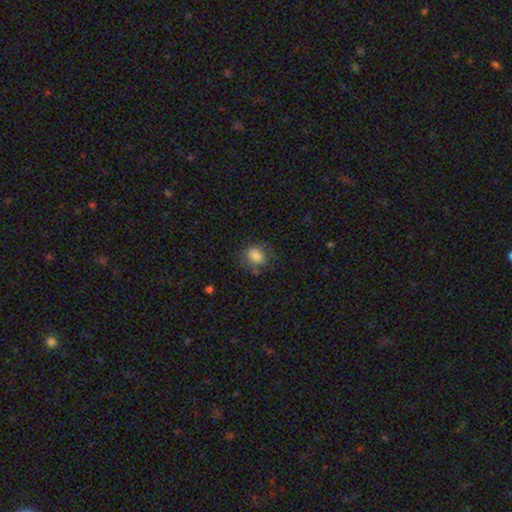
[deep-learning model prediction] smooth-or-featured: smooth: 77% | featured or disk: 13% | star or artifact: 9%
  how-rounded: round: 55% | in between: 44% | cigar-shaped: 1%
  merging: none: 62% | minor disturbance: 23% | major disturbance: 13% | merger: 3%